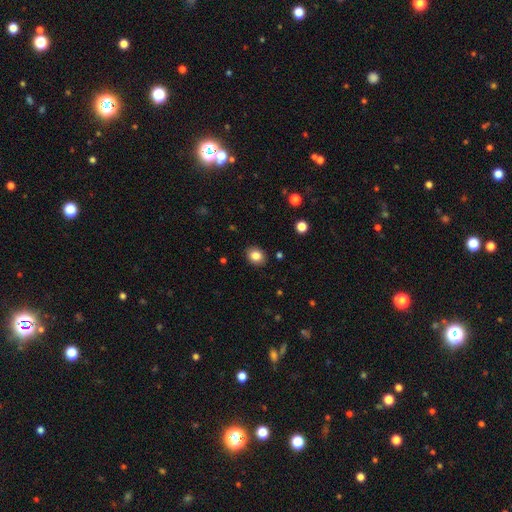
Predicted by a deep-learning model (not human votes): smooth 84%, star or artifact 10%, featured or disk 6%. Down the decision tree: how rounded — round (53%); merging — none (89%).